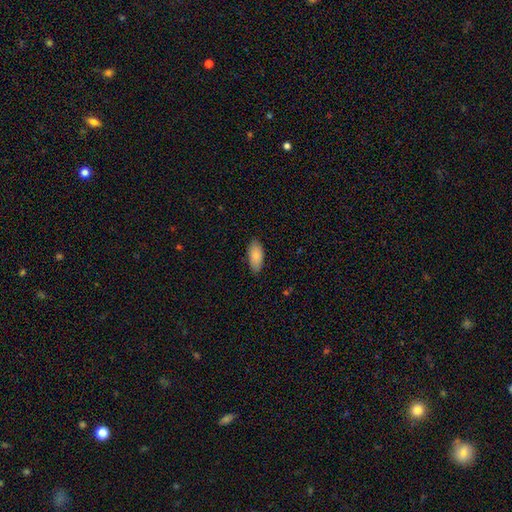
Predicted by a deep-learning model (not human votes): smooth_or_featured: smooth (p=0.85) [alt: featured or disk p=0.09]
how_rounded: in between (p=0.89) [alt: cigar-shaped p=0.09]
merging: none (p=0.85) [alt: minor disturbance p=0.12]